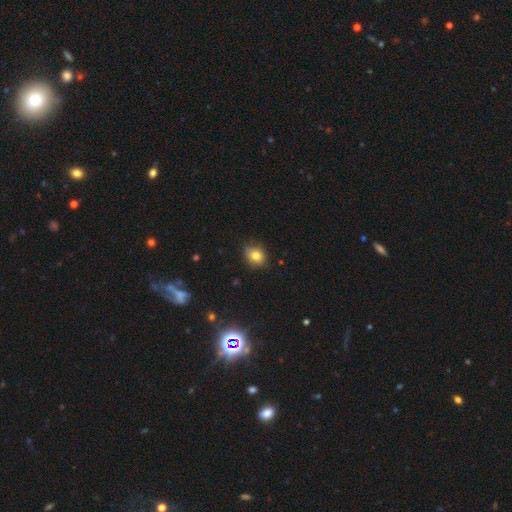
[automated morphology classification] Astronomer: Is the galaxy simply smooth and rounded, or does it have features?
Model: smooth — 78%.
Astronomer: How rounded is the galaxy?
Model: round — 60% (runner-up: in between, 39%).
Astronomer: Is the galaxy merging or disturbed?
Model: none — 74%.